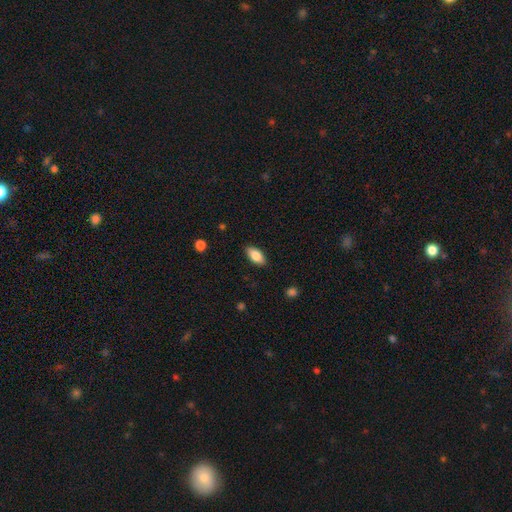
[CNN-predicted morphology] Smooth or featured? Predicted: smooth (p=0.82). How rounded? Predicted: in between (p=0.89). Merging? Predicted: none (p=0.88).